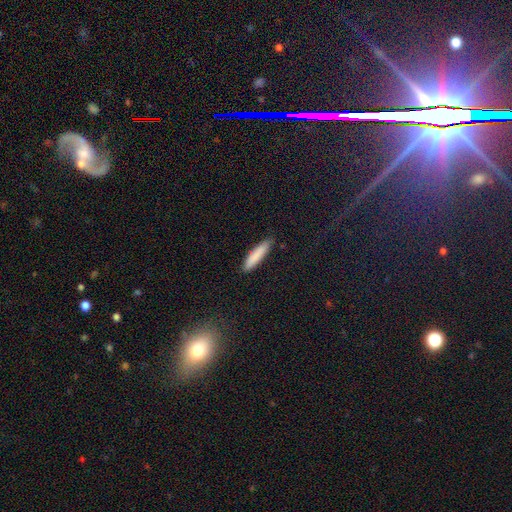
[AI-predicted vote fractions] smooth-or-featured: smooth: 84% | featured or disk: 10% | star or artifact: 6%
  how-rounded: cigar-shaped: 85% | in between: 14% | round: 1%
  merging: none: 86% | minor disturbance: 11% | major disturbance: 2% | merger: 1%